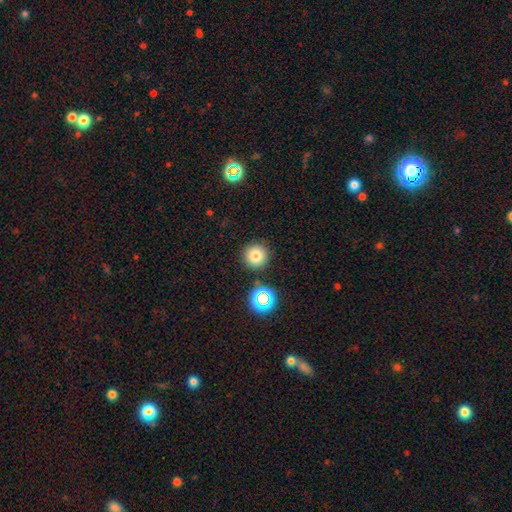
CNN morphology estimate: smooth-or-featured: smooth: 76% | star or artifact: 16% | featured or disk: 7%
  how-rounded: round: 96% | in between: 3% | cigar-shaped: 1%
  merging: none: 87% | minor disturbance: 6% | merger: 4% | major disturbance: 2%